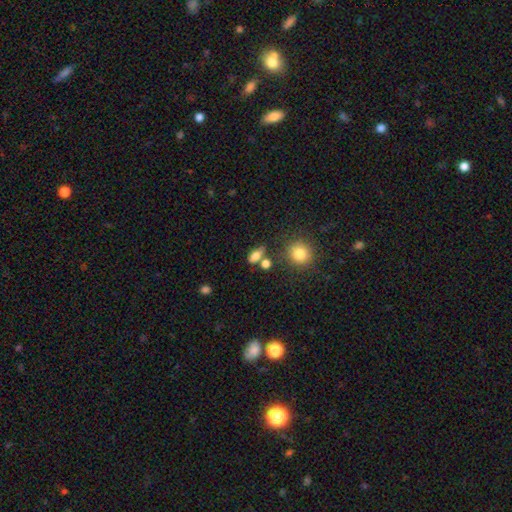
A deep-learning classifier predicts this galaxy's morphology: smooth_or_featured: smooth (p=0.77) [alt: featured or disk p=0.12]
how_rounded: in between (p=0.73) [alt: round p=0.15]
merging: none (p=0.59) [alt: merger p=0.18]